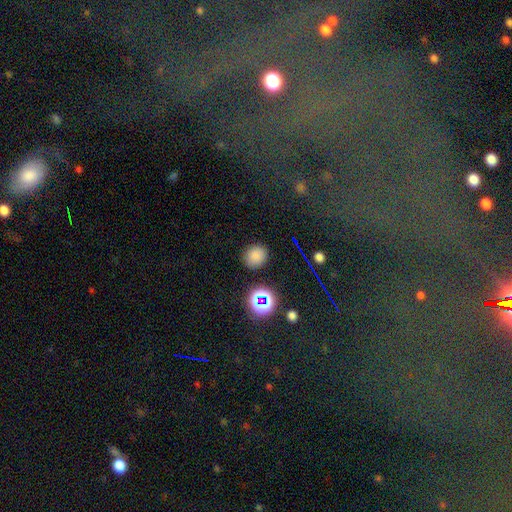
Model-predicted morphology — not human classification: smooth 78%, star or artifact 17%, featured or disk 5%. Down the decision tree: how rounded — round (73%); merging — none (85%).